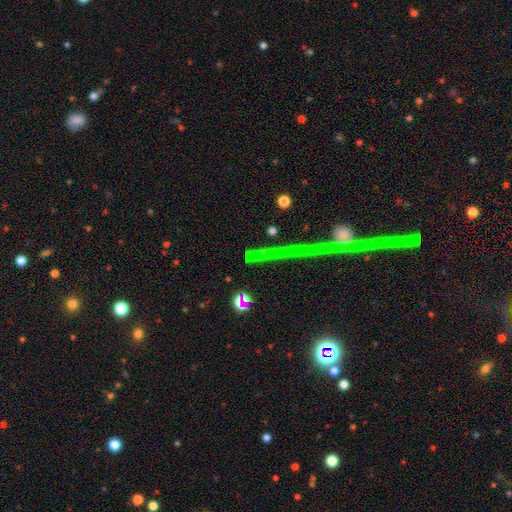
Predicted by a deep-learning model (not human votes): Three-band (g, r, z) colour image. It shows a star or artifact, not a galaxy (58%).